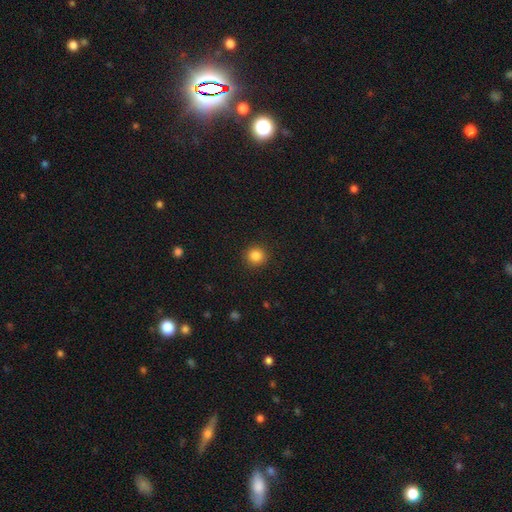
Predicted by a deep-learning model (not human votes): Morphology: type=smooth (84%); roundness=round (94%); merging=none (92%).